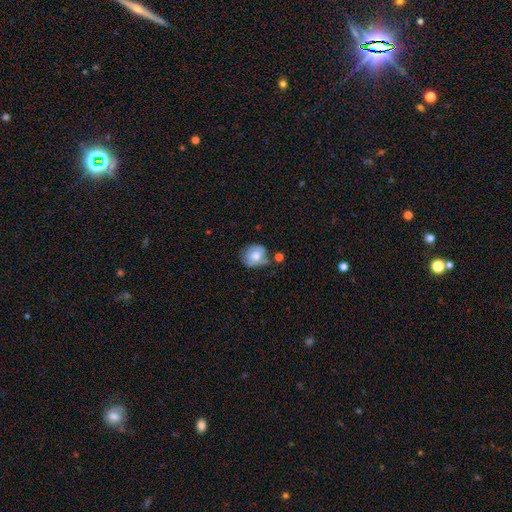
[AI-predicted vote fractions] A smooth galaxy with no disk features (59%) that is round (67%).

Vote fractions:
- Smooth or featured? smooth: 59% / featured or disk: 33% / star or artifact: 8%
- How rounded? round: 67% / in between: 32% / cigar-shaped: 1%
- Merging? none: 50% / minor disturbance: 28% / merger: 12% / major disturbance: 10%